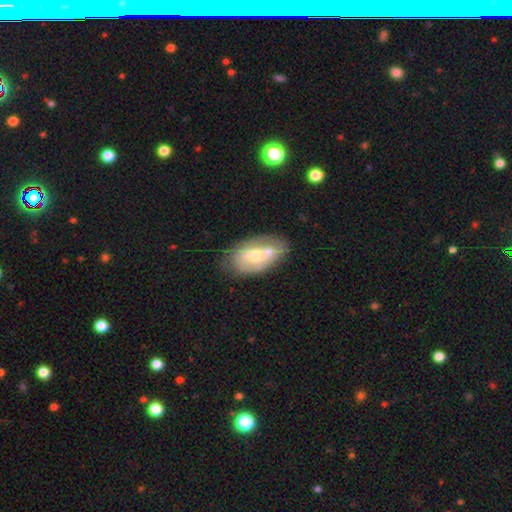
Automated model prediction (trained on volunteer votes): Morphology: type=featured or disk (48%); merging=none (44%).